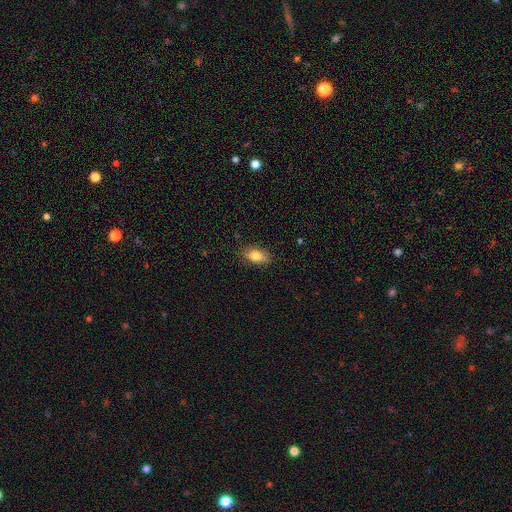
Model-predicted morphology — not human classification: Smooth or featured? smooth (81%)
How rounded? in between (88%)
Merging? none (85%)